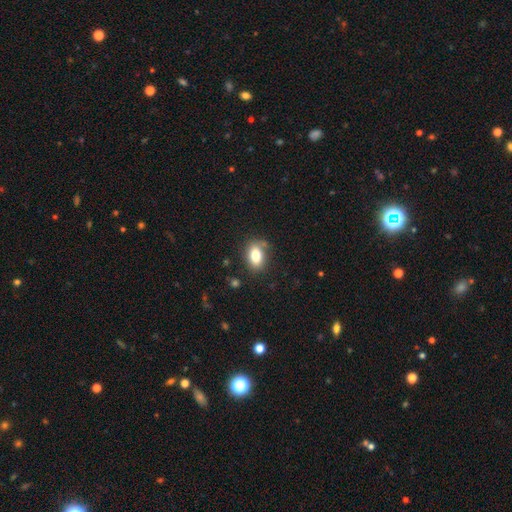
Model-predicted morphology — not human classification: Smooth or featured: smooth — 81% (featured or disk — 10%)
How rounded: in between — 81% (round — 18%)
Merging: none — 76% (minor disturbance — 16%)